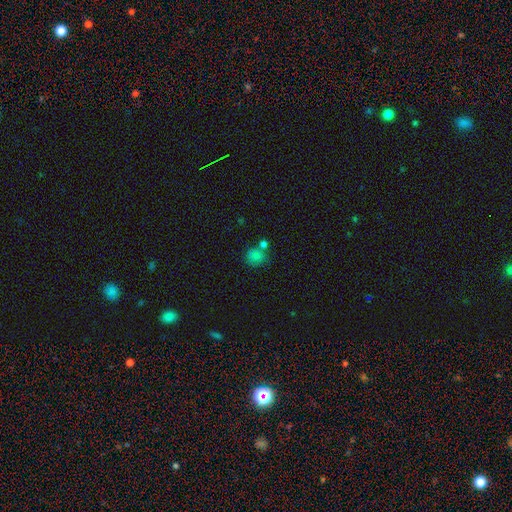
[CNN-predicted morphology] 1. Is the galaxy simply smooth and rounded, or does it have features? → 80% smooth, 14% star or artifact, 6% featured or disk.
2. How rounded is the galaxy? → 79% round, 20% in between, 1% cigar-shaped.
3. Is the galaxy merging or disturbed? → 58% none, 24% merger, 13% minor disturbance, 5% major disturbance.